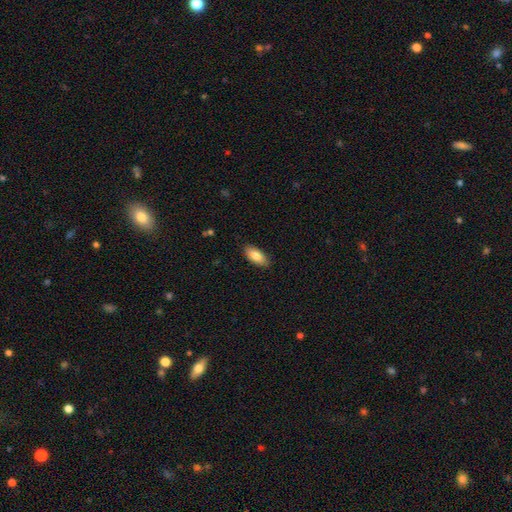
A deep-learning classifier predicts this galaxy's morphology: Q: Smooth or featured?
A: smooth (85%); runner-up: featured or disk (9%)
Q: How rounded?
A: in between (89%); runner-up: cigar-shaped (9%)
Q: Merging?
A: none (87%); runner-up: minor disturbance (10%)